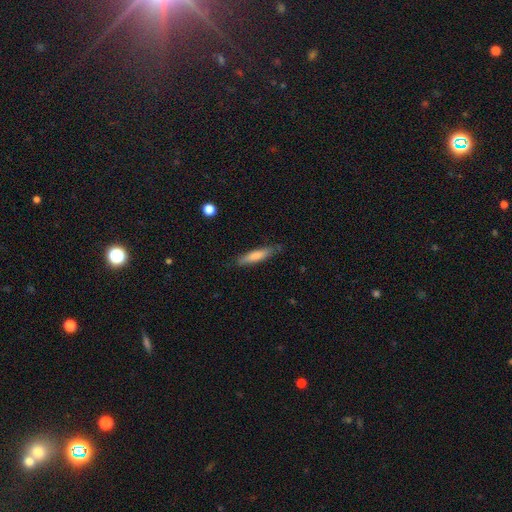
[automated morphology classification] This is likely a smooth galaxy (77%). How rounded: clearly cigar-shaped (81%). Merging: clearly none (81%).